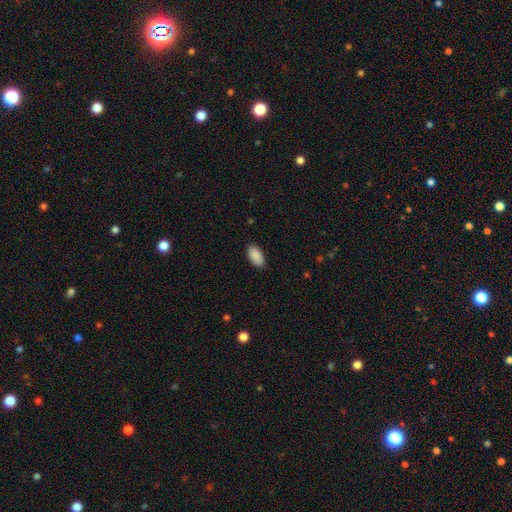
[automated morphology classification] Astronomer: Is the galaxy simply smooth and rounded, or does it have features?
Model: smooth — 90%.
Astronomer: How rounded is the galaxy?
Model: in between — 95%.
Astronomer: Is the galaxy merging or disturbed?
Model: none — 87%.